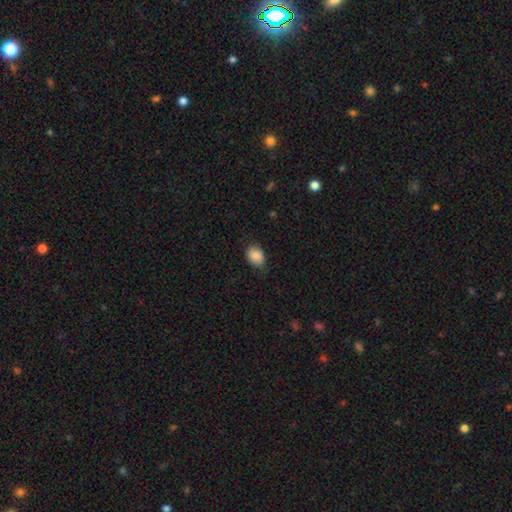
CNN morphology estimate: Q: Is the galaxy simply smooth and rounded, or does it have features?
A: smooth — 84%.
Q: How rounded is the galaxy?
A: in between — 70%.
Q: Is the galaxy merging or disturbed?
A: none — 78%.